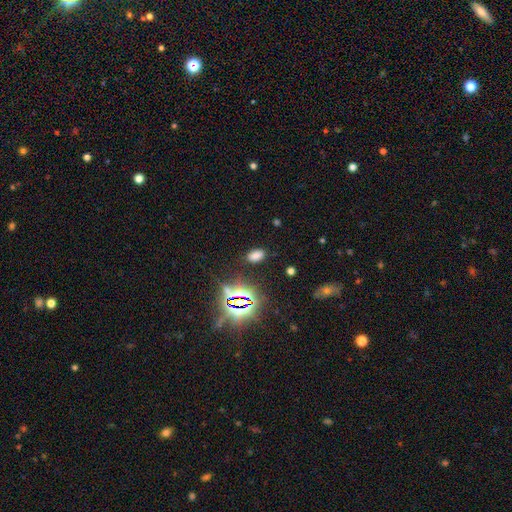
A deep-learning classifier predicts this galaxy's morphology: This is likely a smooth galaxy (66%). How rounded: clearly in between (91%). Merging: clearly none (84%).